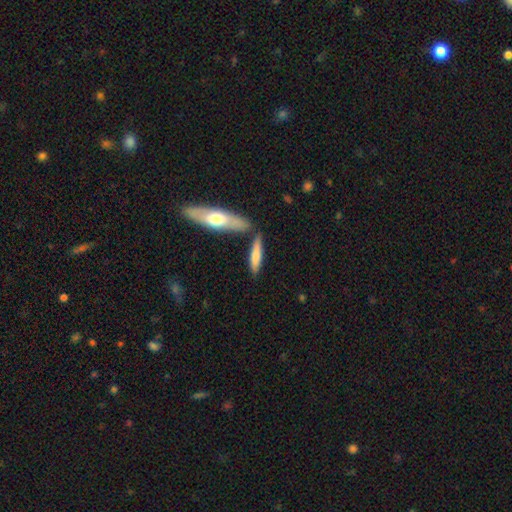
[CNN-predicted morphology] The model was most divided on "smooth or featured": smooth: 71%, featured or disk: 23%, star or artifact: 5%. More confident: how rounded — cigar-shaped (77%); merging — none (66%).